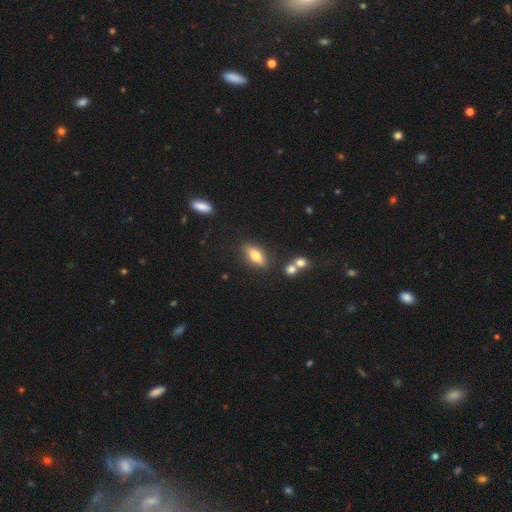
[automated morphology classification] Q: Smooth or featured?
A: smooth (65%); runner-up: featured or disk (27%)
Q: How rounded?
A: in between (66%); runner-up: cigar-shaped (30%)
Q: Merging?
A: none (81%); runner-up: minor disturbance (11%)